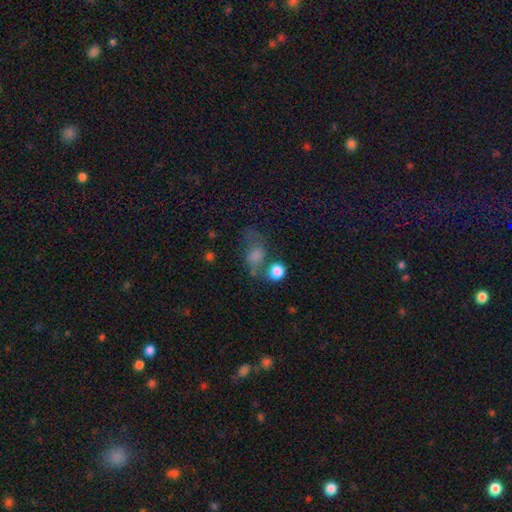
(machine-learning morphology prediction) A smooth galaxy with no disk features (37%).

Vote fractions:
- Smooth or featured? smooth: 37% / featured or disk: 32% / star or artifact: 31%
- Merging? none: 57% / minor disturbance: 16% / merger: 16% / major disturbance: 11%